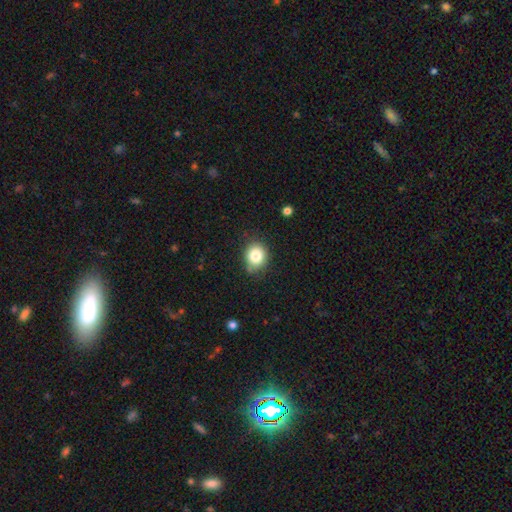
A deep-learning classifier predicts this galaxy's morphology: The model was most divided on "how rounded": round: 70%, in between: 29%, cigar-shaped: 1%. More confident: smooth or featured — smooth (82%); merging — none (80%).